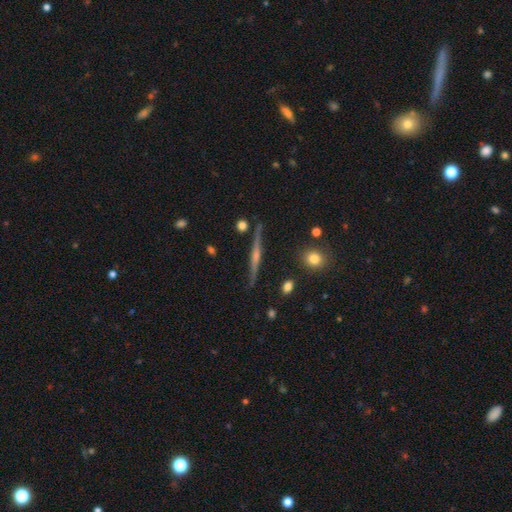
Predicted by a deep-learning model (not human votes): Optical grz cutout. It shows a featured or disk galaxy (75%) viewed edge-on (97%) with a rounded central bulge (66%). Merging: none (88%).